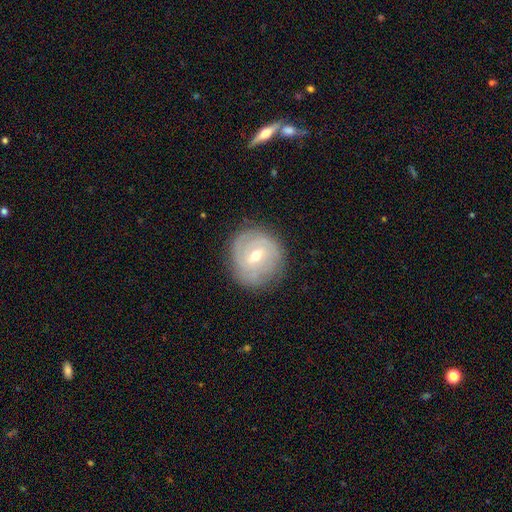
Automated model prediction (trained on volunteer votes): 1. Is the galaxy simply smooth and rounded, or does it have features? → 76% featured or disk, 18% smooth, 6% star or artifact.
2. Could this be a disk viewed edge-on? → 97% no, 3% yes.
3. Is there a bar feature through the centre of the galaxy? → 56% weak, 28% no, 16% strong.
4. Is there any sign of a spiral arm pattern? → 90% yes, 10% no.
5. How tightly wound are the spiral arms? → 70% tight, 23% medium, 6% loose.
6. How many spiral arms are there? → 35% can't tell, 28% 2, 20% 3, 8% 4, 5% 1, 4% more than 4.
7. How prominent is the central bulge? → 53% moderate, 44% small, 2% large, 1% none, 1% dominant.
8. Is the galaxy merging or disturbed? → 83% none, 12% minor disturbance, 4% major disturbance, 1% merger.